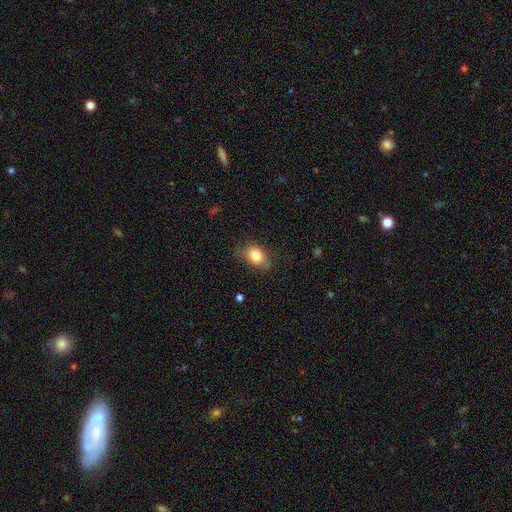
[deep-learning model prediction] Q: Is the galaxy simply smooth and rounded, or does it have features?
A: smooth — 80%.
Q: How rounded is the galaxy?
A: in between — 75%.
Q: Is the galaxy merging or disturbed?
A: none — 68%.